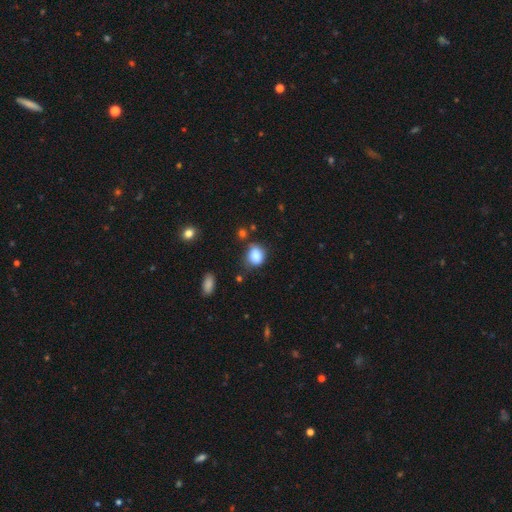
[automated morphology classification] smooth 86%, star or artifact 9%, featured or disk 5%. Down the decision tree: how rounded — round (53%); merging — none (62%).